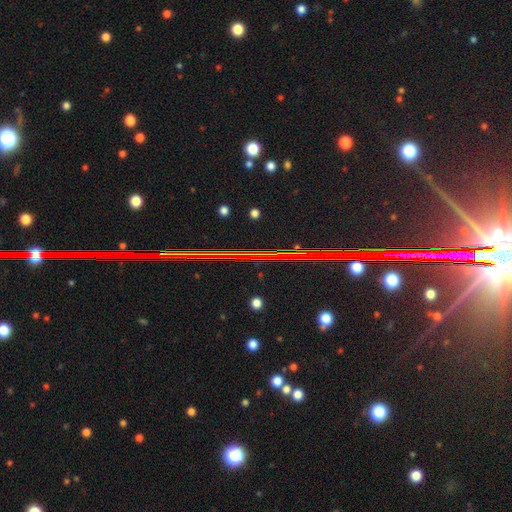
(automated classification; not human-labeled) Smooth or featured: star or artifact — 84% (featured or disk — 9%)